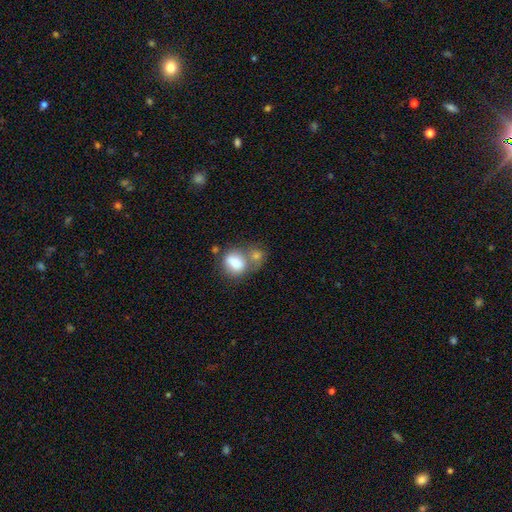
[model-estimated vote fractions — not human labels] A smooth galaxy with no disk features (77%) that is in between round and cigar-shaped (60%).

Vote fractions:
- Smooth or featured? smooth: 77% / featured or disk: 14% / star or artifact: 9%
- How rounded? in between: 60% / round: 38% / cigar-shaped: 2%
- Merging? merger: 50% / none: 30% / minor disturbance: 12% / major disturbance: 7%